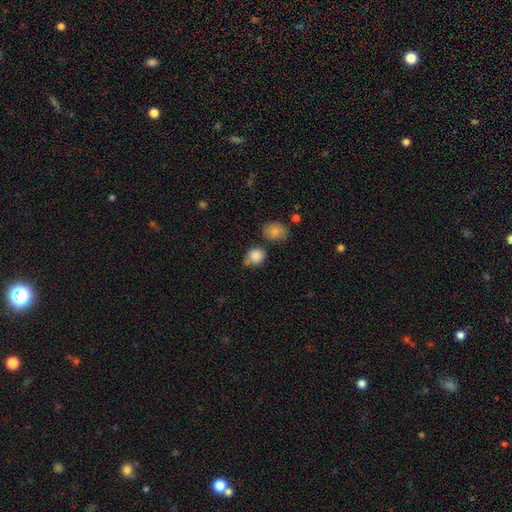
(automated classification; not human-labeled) smooth 85%, star or artifact 9%, featured or disk 6%. Down the decision tree: how rounded — round (76%); merging — none (61%).